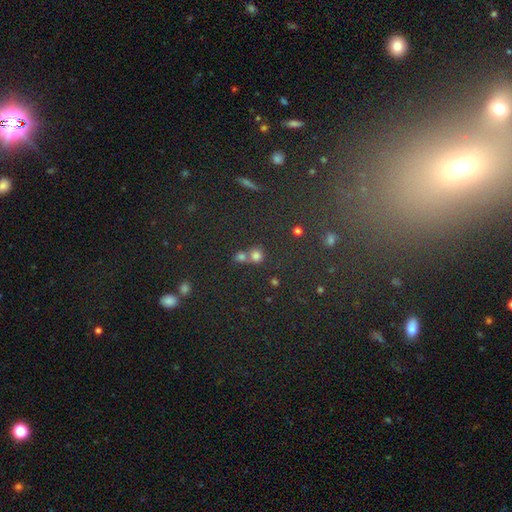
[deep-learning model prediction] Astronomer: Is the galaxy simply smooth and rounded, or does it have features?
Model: smooth — 71%.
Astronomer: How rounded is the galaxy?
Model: round — 84%.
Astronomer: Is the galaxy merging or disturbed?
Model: merger — 50% (runner-up: none, 39%).